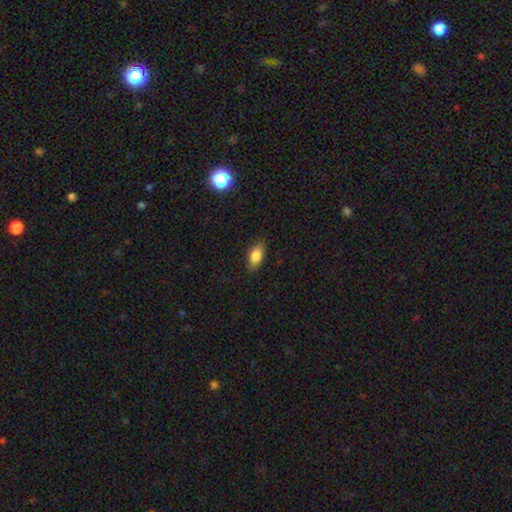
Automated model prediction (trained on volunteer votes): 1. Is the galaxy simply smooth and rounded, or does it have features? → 84% smooth, 8% star or artifact, 7% featured or disk.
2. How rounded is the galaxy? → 89% in between, 6% round, 5% cigar-shaped.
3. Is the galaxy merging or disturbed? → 84% none, 13% minor disturbance, 3% major disturbance, 1% merger.